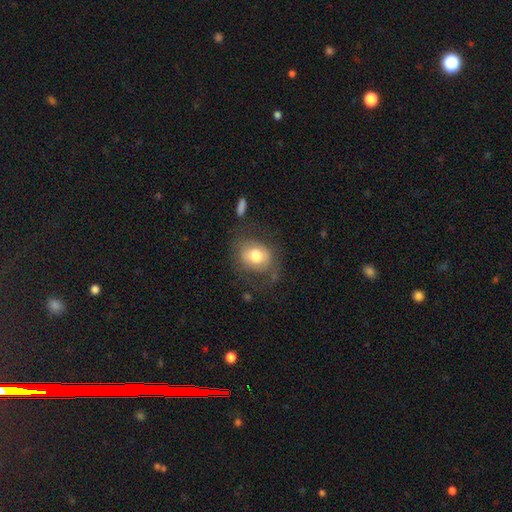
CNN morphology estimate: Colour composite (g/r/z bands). It shows a smooth galaxy with no disk features (67%) that is round (56%). Merging: none (61%).